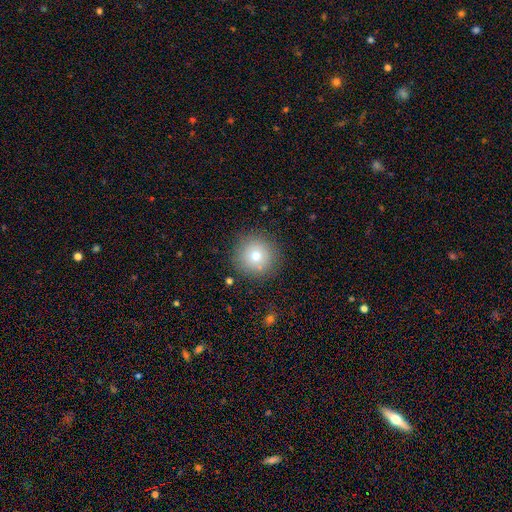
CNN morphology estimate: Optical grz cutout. It shows a smooth galaxy with no disk features (73%) that is round (96%). Merging: none (86%).